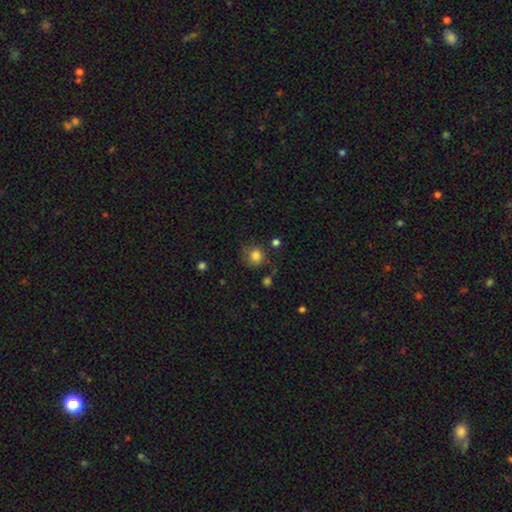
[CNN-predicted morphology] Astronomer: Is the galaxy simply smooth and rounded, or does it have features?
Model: smooth — 83%.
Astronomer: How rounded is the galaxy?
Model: round — 90%.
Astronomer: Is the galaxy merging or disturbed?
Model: none — 75%.